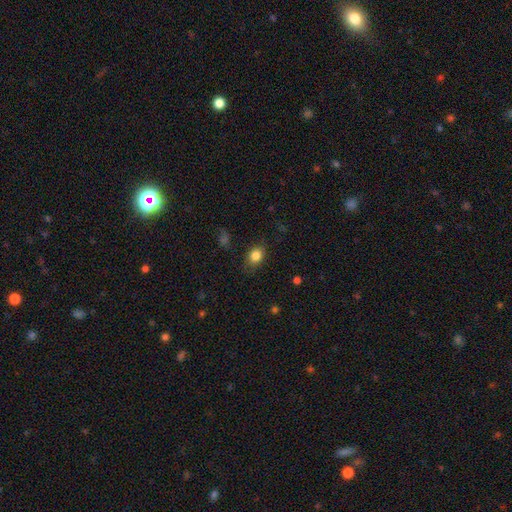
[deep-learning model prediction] Q: Smooth or featured?
A: smooth (83%); runner-up: star or artifact (10%)
Q: How rounded?
A: in between (59%); runner-up: round (40%)
Q: Merging?
A: none (82%); runner-up: minor disturbance (14%)